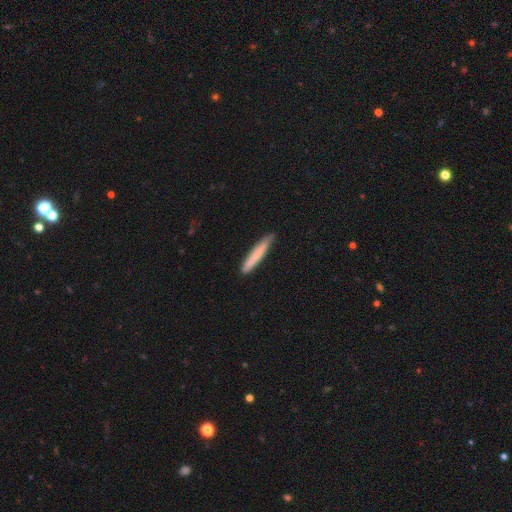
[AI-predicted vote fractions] smooth_or_featured: smooth (p=0.75) [alt: featured or disk p=0.19]
how_rounded: cigar-shaped (p=0.95) [alt: in between p=0.04]
merging: none (p=0.83) [alt: minor disturbance p=0.14]